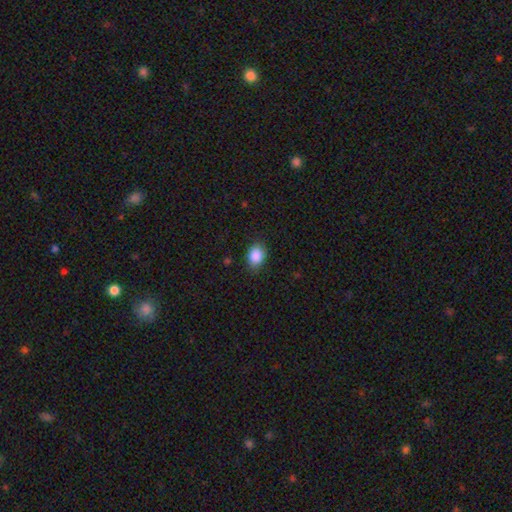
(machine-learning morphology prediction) Q: Smooth or featured?
A: smooth (88%); runner-up: star or artifact (8%)
Q: How rounded?
A: in between (66%); runner-up: round (33%)
Q: Merging?
A: none (81%); runner-up: minor disturbance (15%)